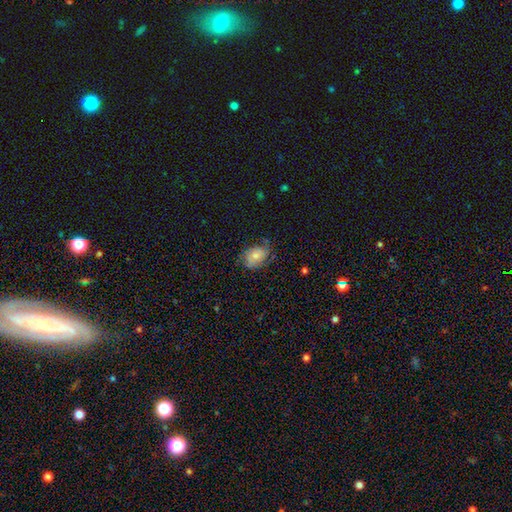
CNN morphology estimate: Smooth or featured? Predicted: smooth (p=0.66). How rounded? Predicted: in between (p=0.75). Merging? Predicted: none (p=0.58).